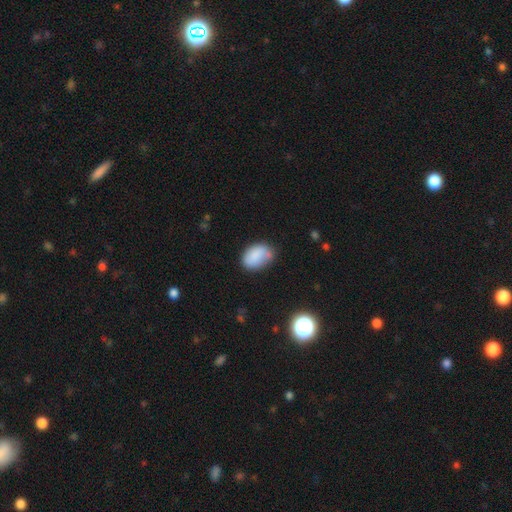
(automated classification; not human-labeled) Morphology: type=smooth (81%); roundness=in between (82%); merging=none (55%).